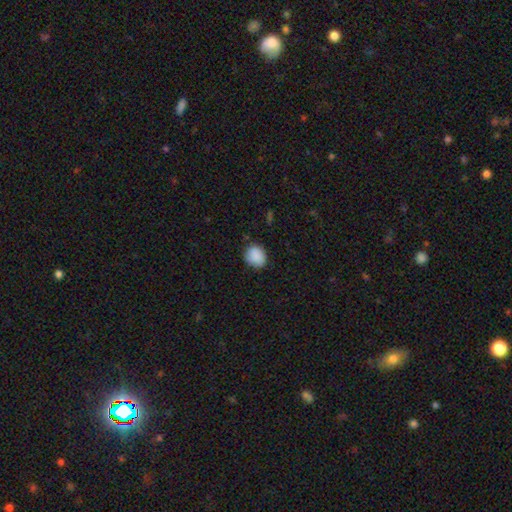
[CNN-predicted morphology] A smooth galaxy with no disk features (88%) that is round (69%). Merging: none (79%).